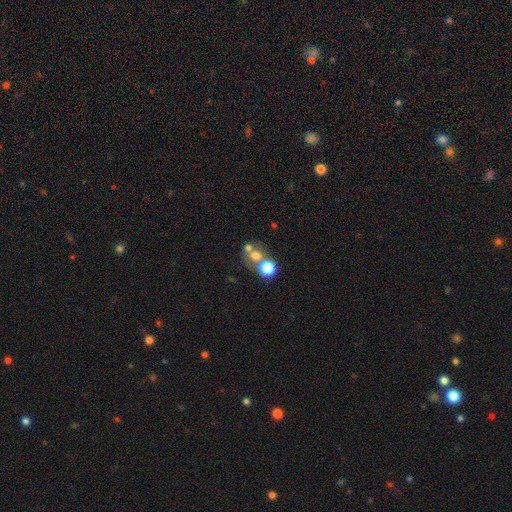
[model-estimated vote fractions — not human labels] Smooth or featured? Predicted: smooth (p=0.62). How rounded? Predicted: round (p=0.76). Merging? Predicted: merger (p=0.49).